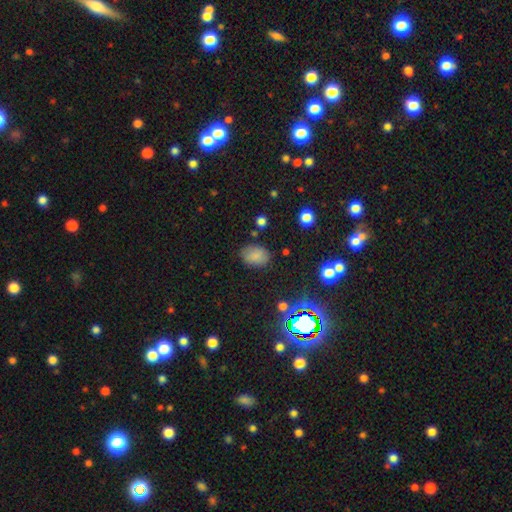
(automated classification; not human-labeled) smooth_or_featured: smooth (p=0.79) [alt: star or artifact p=0.14]
how_rounded: in between (p=0.78) [alt: round p=0.21]
merging: none (p=0.81) [alt: minor disturbance p=0.13]